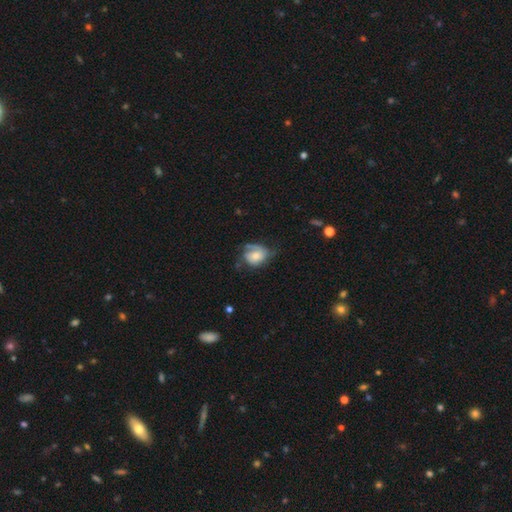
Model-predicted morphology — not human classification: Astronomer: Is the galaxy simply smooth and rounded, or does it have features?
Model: featured or disk — 49% (runner-up: smooth, 43%).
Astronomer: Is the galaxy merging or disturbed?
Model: none — 41% (runner-up: minor disturbance, 31%).